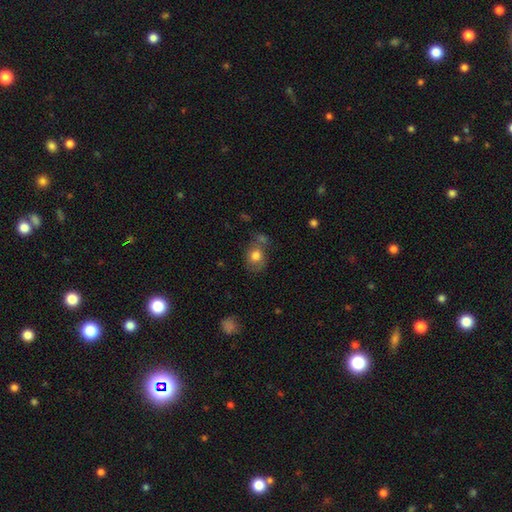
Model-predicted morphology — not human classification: Smooth or featured? Predicted: smooth (p=0.75). How rounded? Predicted: round (p=0.54). Merging? Predicted: none (p=0.49).